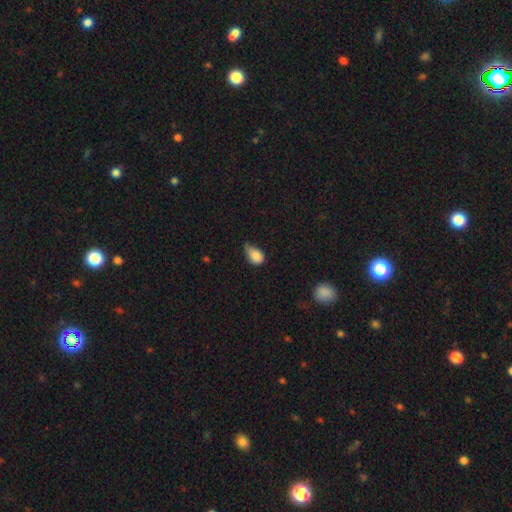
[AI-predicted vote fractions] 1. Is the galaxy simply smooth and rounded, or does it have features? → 84% smooth, 8% star or artifact, 8% featured or disk.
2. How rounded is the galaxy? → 82% in between, 16% round, 2% cigar-shaped.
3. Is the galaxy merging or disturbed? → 55% minor disturbance, 28% none, 15% major disturbance, 3% merger.